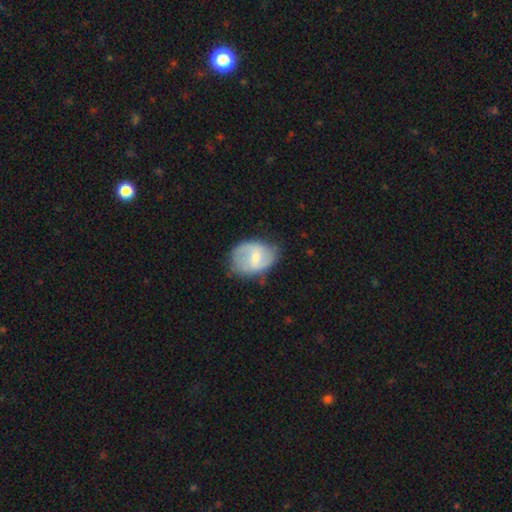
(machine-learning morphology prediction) This appears to be a featured or disk galaxy (58%) with a weak bar (57%), spiral arms (77%) and a small central bulge (48%). Merging: none (66%).